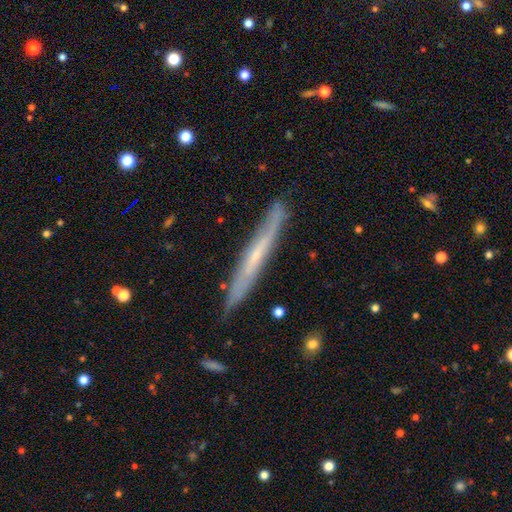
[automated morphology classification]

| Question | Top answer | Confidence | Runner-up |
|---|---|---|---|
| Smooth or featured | featured or disk | 63% | smooth (31%) |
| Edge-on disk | yes | 88% | no (12%) |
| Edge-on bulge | none | 69% | rounded (26%) |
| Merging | none | 83% | minor disturbance (13%) |